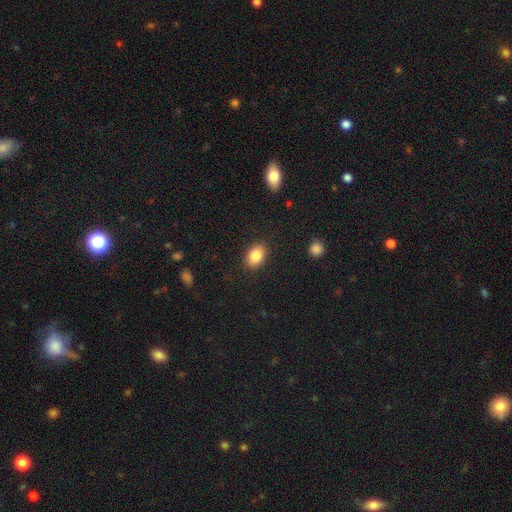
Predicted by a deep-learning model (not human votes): Smooth or featured: smooth — 85% (star or artifact — 8%)
How rounded: in between — 78% (round — 20%)
Merging: none — 88% (minor disturbance — 8%)